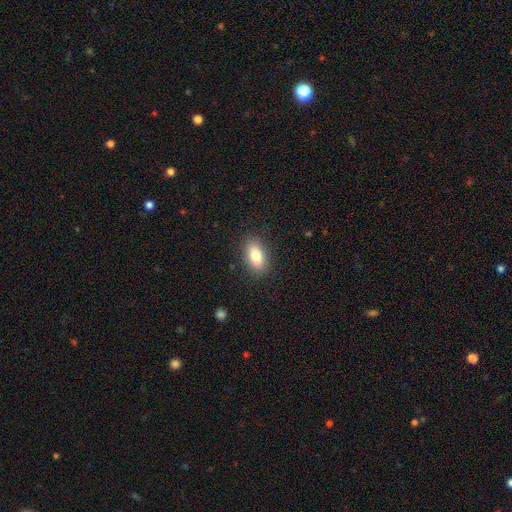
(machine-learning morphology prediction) Q: Smooth or featured?
A: smooth (82%); runner-up: featured or disk (11%)
Q: How rounded?
A: in between (89%); runner-up: cigar-shaped (6%)
Q: Merging?
A: none (87%); runner-up: minor disturbance (9%)